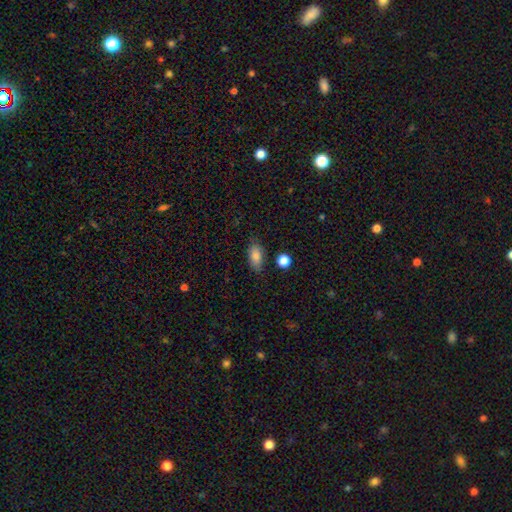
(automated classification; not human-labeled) smooth 83%, star or artifact 9%, featured or disk 8%. Down the decision tree: how rounded — in between (88%); merging — none (79%).